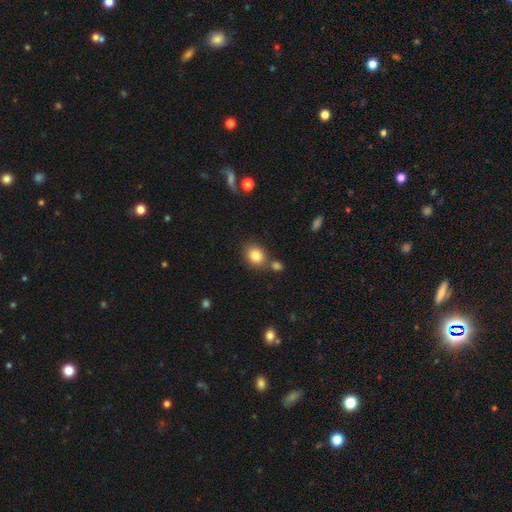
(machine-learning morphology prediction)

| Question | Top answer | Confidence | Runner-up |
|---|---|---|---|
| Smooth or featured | smooth | 84% | star or artifact (10%) |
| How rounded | round | 62% | in between (37%) |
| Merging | none | 68% | merger (17%) |